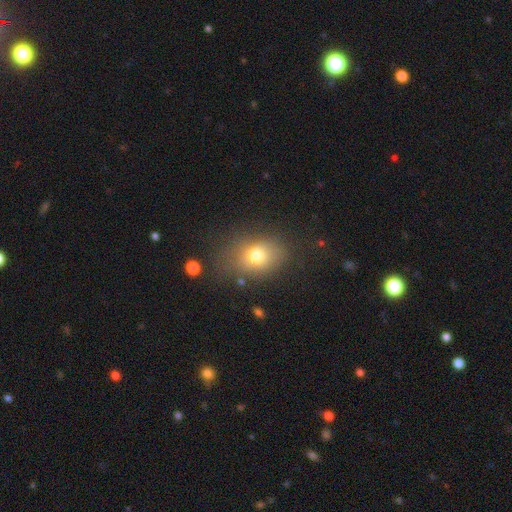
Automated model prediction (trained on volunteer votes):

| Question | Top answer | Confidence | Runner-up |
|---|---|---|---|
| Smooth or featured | smooth | 73% | star or artifact (14%) |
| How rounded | in between | 63% | round (36%) |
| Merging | none | 68% | minor disturbance (19%) |